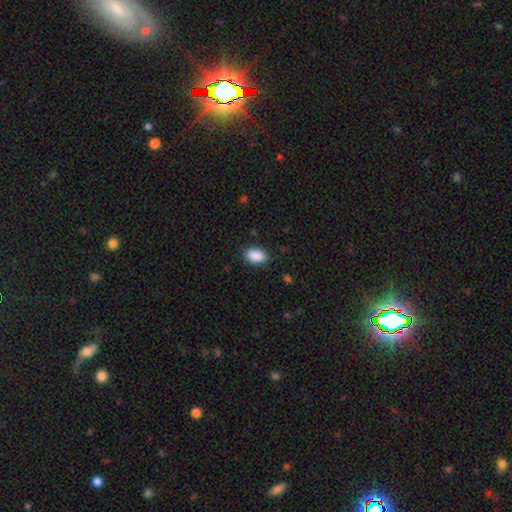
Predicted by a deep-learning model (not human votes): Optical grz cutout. It shows a smooth galaxy with no disk features (90%) that is in between round and cigar-shaped (91%). Merging: none (86%).